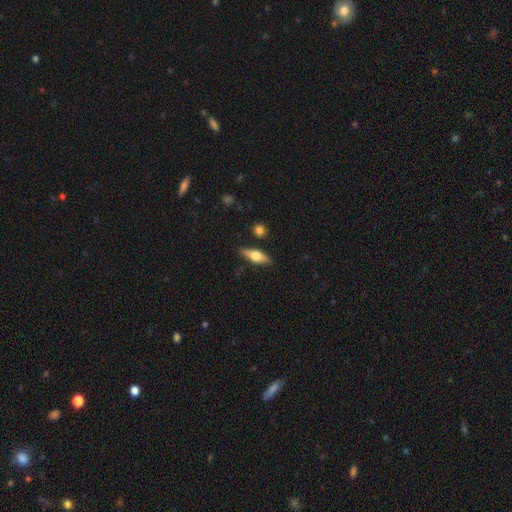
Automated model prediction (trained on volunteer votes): Smooth or featured: featured or disk — 51% (smooth — 42%)
Edge-on disk: yes — 92% (no — 8%)
Merging: none — 85% (minor disturbance — 10%)